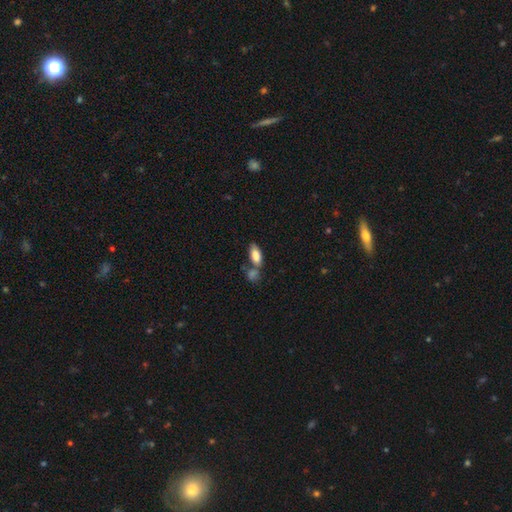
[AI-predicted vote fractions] The model was most divided on "merging": none: 47%, merger: 35%, minor disturbance: 13%, major disturbance: 5%. More confident: how rounded — in between (87%); smooth or featured — smooth (83%).